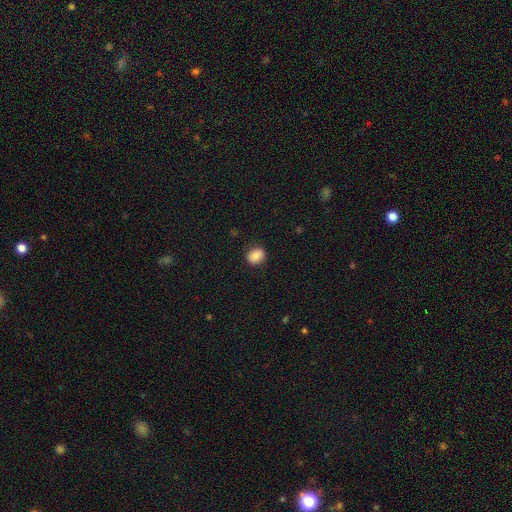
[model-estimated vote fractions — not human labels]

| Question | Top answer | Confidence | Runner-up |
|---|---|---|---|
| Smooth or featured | smooth | 84% | star or artifact (9%) |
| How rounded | round | 64% | in between (36%) |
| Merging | none | 86% | minor disturbance (10%) |